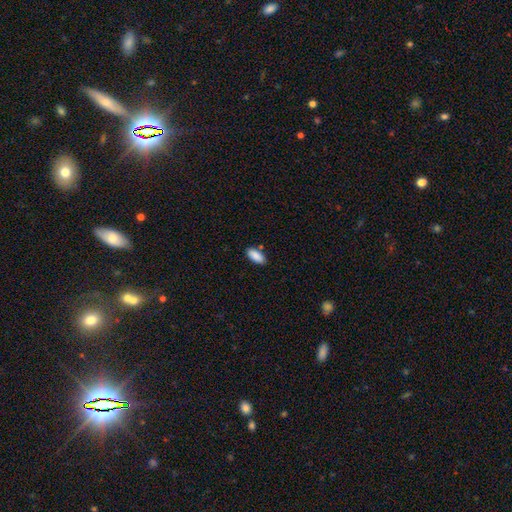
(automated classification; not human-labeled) Smooth or featured?
  - smooth: 90% *
  - star or artifact: 6%
  - featured or disk: 4%
How rounded?
  - in between: 86% *
  - cigar-shaped: 12%
  - round: 2%
Merging?
  - none: 84% *
  - minor disturbance: 10%
  - merger: 4%
  - major disturbance: 2%